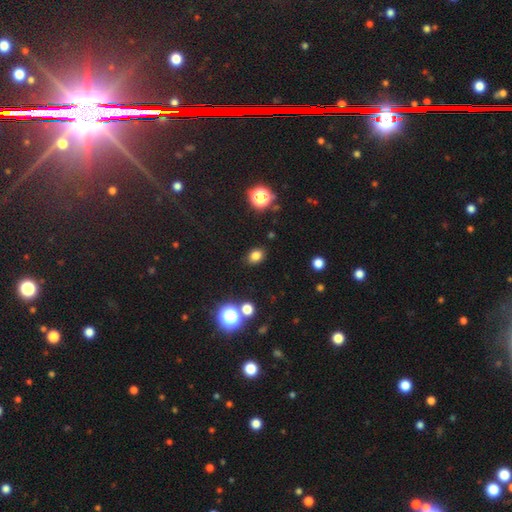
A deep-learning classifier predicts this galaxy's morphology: Smooth or featured: smooth — 79% (star or artifact — 15%)
How rounded: in between — 60% (round — 38%)
Merging: none — 86% (minor disturbance — 9%)